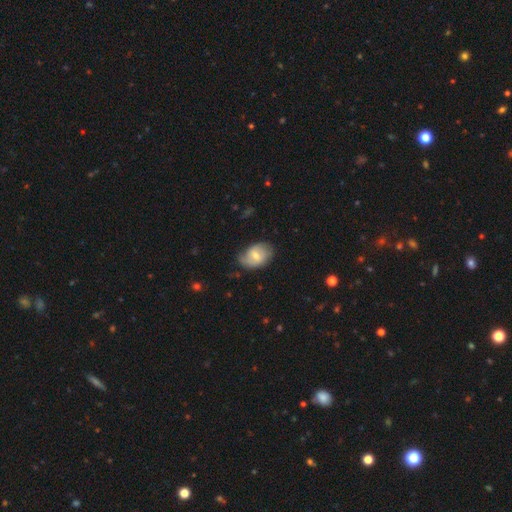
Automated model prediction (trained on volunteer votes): A smooth galaxy with no disk features (48%). Merging: none (62%).